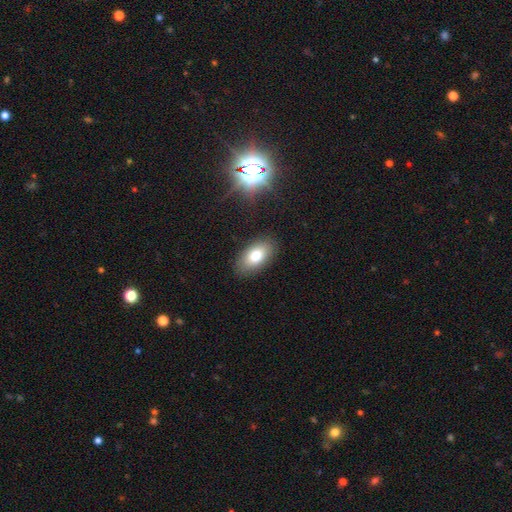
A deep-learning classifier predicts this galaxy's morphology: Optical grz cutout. It shows a smooth galaxy with no disk features (77%) that is in between round and cigar-shaped (93%). Merging: none (87%).